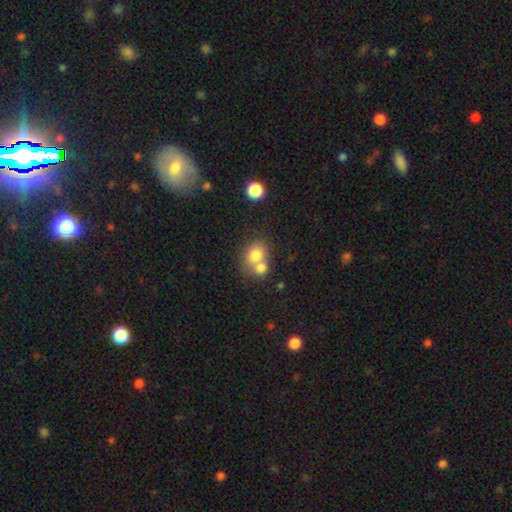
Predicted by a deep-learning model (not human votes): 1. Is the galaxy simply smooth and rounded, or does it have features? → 76% smooth, 14% featured or disk, 10% star or artifact.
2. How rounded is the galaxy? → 55% round, 44% in between, 1% cigar-shaped.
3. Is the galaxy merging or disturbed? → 56% merger, 32% none, 9% minor disturbance, 4% major disturbance.